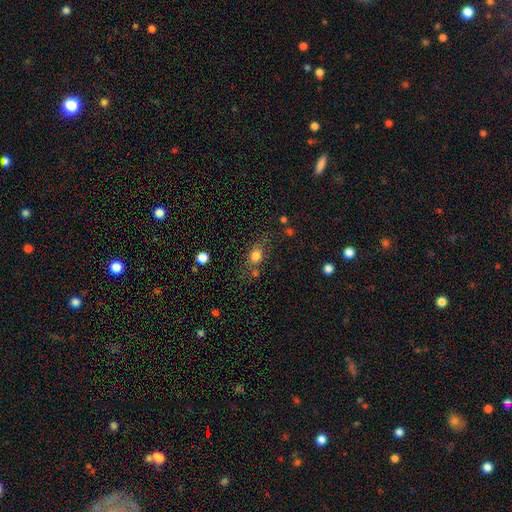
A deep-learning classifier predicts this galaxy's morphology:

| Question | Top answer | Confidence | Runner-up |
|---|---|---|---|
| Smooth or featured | smooth | 77% | star or artifact (12%) |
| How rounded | in between | 54% | round (41%) |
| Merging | none | 59% | minor disturbance (19%) |